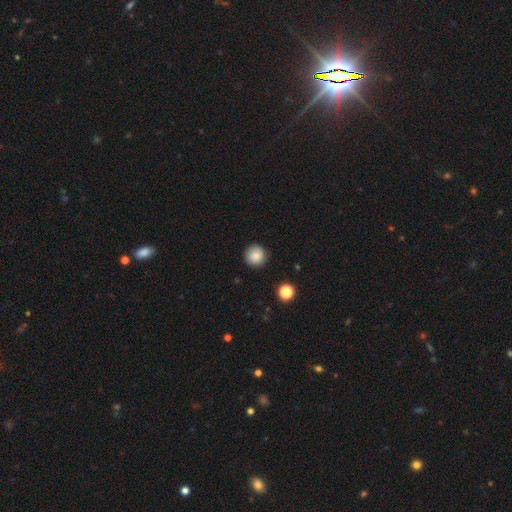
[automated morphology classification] smooth-or-featured: smooth: 86% | star or artifact: 9% | featured or disk: 5%
  how-rounded: round: 96% | in between: 4% | cigar-shaped: 1%
  merging: none: 91% | minor disturbance: 6% | major disturbance: 2% | merger: 1%